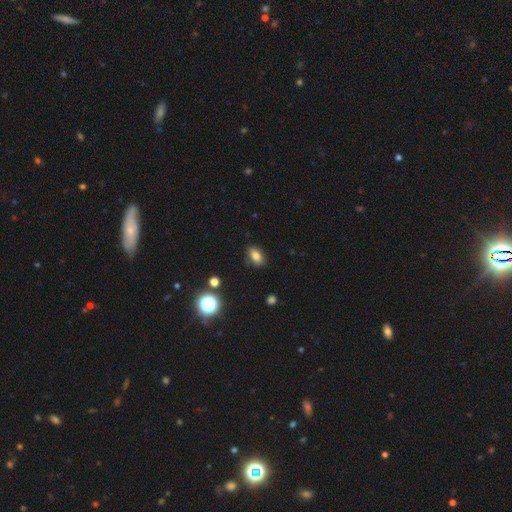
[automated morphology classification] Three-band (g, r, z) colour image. It shows a smooth galaxy with no disk features (81%) that is in between round and cigar-shaped (86%). Merging: none (84%).